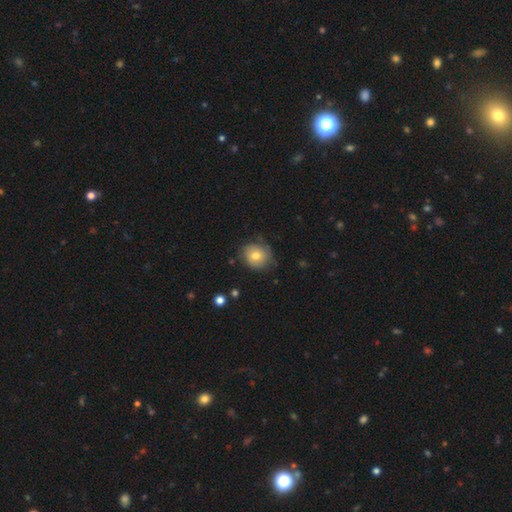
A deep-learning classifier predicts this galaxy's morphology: This appears to be a smooth galaxy with no disk features (71%) that is round (79%). Merging: none (67%).